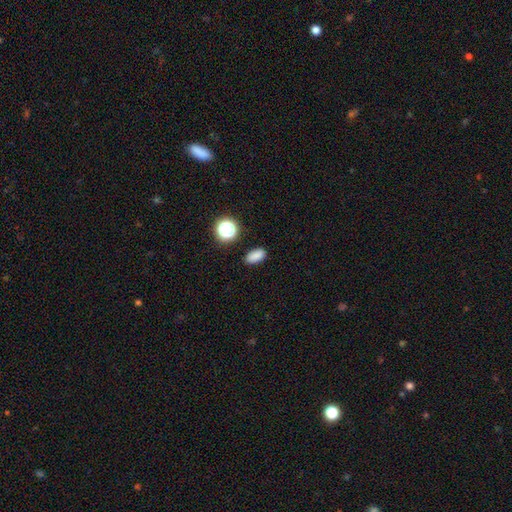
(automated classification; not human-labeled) A smooth galaxy with no disk features (84%) that is in between round and cigar-shaped (86%). Merging: none (87%).